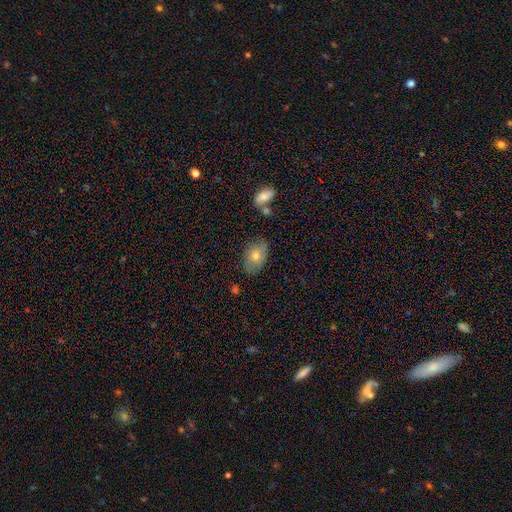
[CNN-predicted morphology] Smooth or featured? Predicted: smooth (p=0.64). How rounded? Predicted: in between (p=0.86). Merging? Predicted: none (p=0.72).